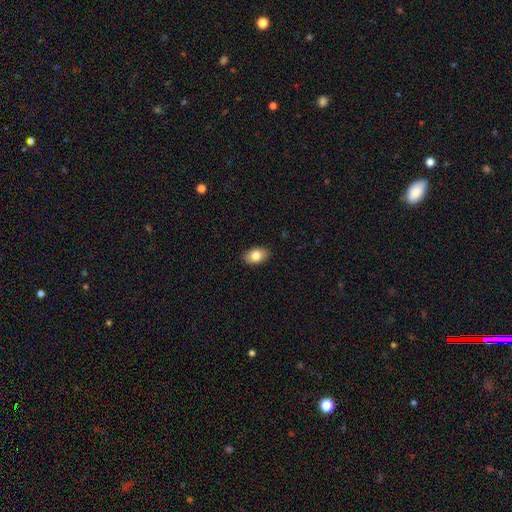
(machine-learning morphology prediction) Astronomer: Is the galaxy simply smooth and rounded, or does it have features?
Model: smooth — 81%.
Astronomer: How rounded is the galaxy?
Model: in between — 88%.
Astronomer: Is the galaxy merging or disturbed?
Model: none — 89%.